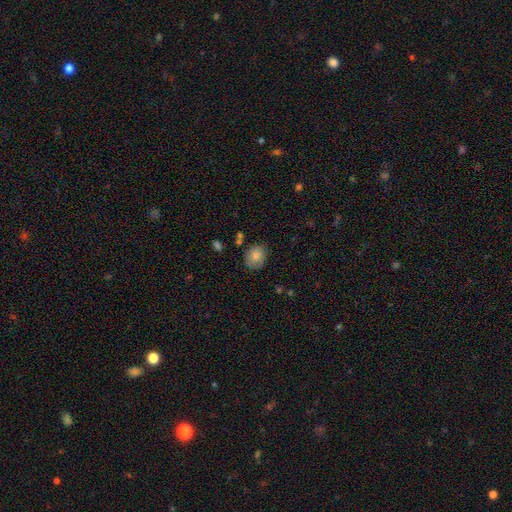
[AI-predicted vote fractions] A smooth galaxy with no disk features (81%) that is round (64%).

Vote fractions:
- Smooth or featured? smooth: 81% / featured or disk: 10% / star or artifact: 8%
- How rounded? round: 64% / in between: 35% / cigar-shaped: 1%
- Merging? none: 74% / minor disturbance: 19% / major disturbance: 4% / merger: 3%